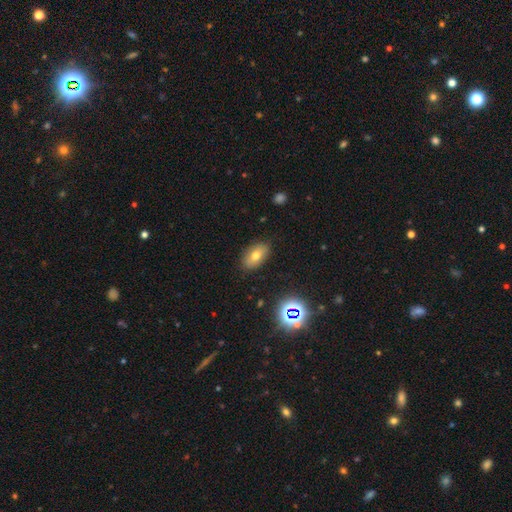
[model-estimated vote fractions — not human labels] Smooth or featured?
  - smooth: 68% *
  - featured or disk: 19%
  - star or artifact: 13%
How rounded?
  - in between: 89% *
  - round: 8%
  - cigar-shaped: 3%
Merging?
  - none: 86% *
  - minor disturbance: 10%
  - major disturbance: 3%
  - merger: 1%